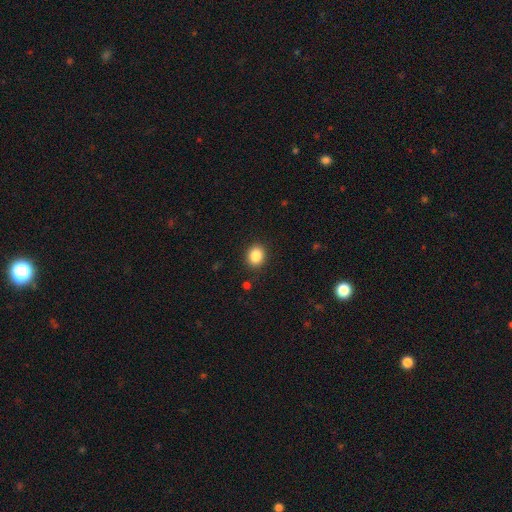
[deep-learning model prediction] Smooth or featured? Predicted: smooth (p=0.86). How rounded? Predicted: round (p=0.64). Merging? Predicted: none (p=0.90).